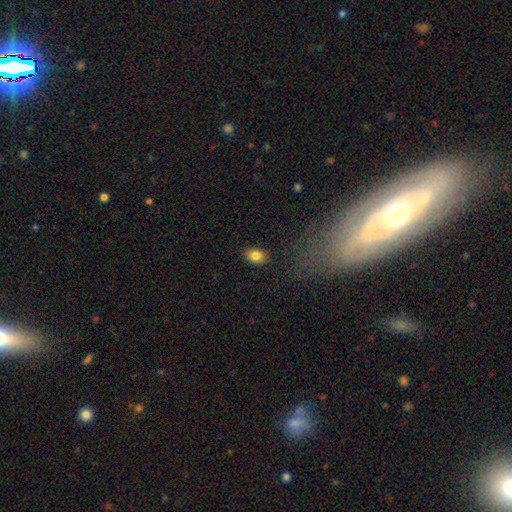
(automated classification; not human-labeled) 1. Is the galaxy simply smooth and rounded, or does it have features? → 83% smooth, 10% star or artifact, 8% featured or disk.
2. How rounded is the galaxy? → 75% in between, 24% round, 1% cigar-shaped.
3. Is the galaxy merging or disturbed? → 87% none, 9% minor disturbance, 2% major disturbance, 1% merger.